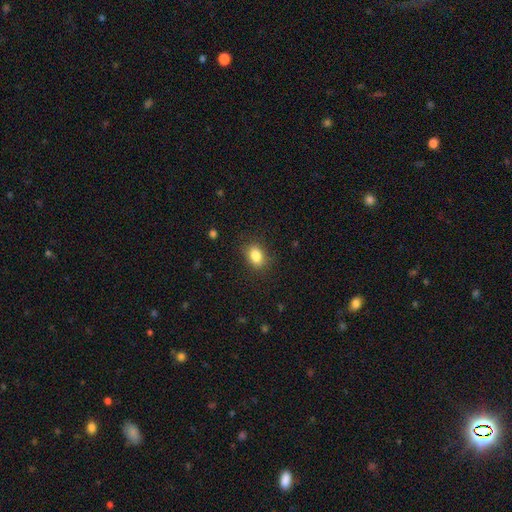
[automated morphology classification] Smooth or featured?
  - smooth: 84% *
  - star or artifact: 9%
  - featured or disk: 6%
How rounded?
  - in between: 74% *
  - round: 25%
  - cigar-shaped: 1%
Merging?
  - none: 84% *
  - minor disturbance: 12%
  - major disturbance: 4%
  - merger: 1%